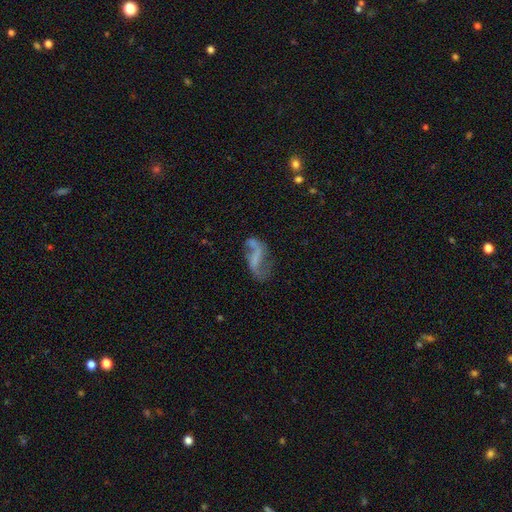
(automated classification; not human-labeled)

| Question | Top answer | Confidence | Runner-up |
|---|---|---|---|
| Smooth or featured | featured or disk | 70% | smooth (19%) |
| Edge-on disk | no | 95% | yes (5%) |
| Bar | no | 35% | weak (34%) |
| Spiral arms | yes | 75% | no (25%) |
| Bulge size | none | 67% | small (21%) |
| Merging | none | 47% | major disturbance (22%) |